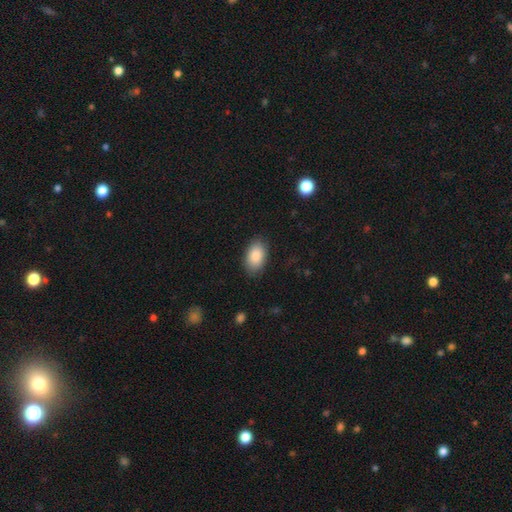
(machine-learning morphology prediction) type=smooth (87%); roundness=in between (93%); merging=none (84%).